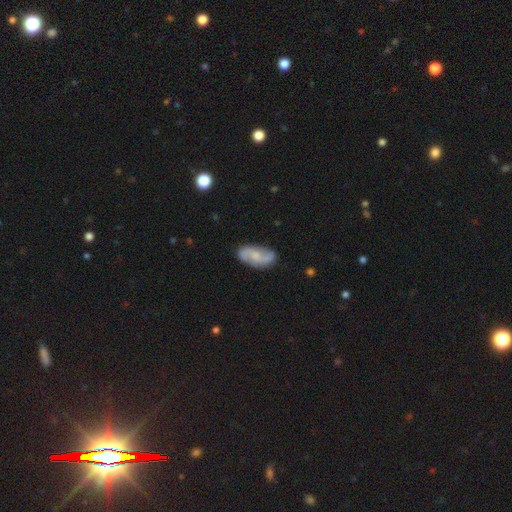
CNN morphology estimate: This is likely a featured or disk galaxy (68%). It is clearly not viewed edge-on (95%). Bar: possibly no (55%). Spiral arm pattern: clearly yes (93%). Spiral arm count: clearly 2 (88%). Spiral winding: possibly loose (46%). Central bulge: marginally small (45%). Merging: likely none (79%).